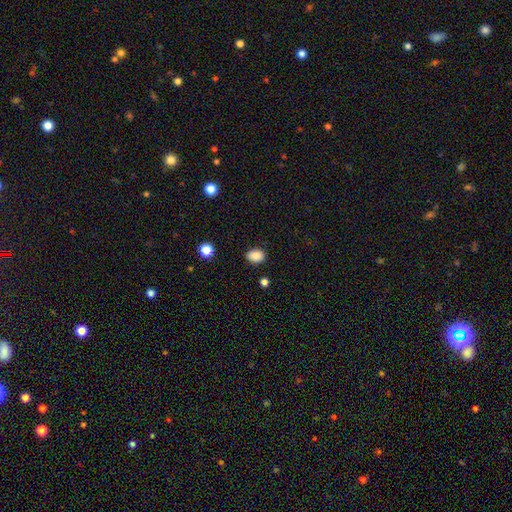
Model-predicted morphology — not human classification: smooth-or-featured: smooth: 87% | star or artifact: 9% | featured or disk: 3%
  how-rounded: in between: 72% | round: 27% | cigar-shaped: 1%
  merging: none: 85% | minor disturbance: 10% | major disturbance: 2% | merger: 2%